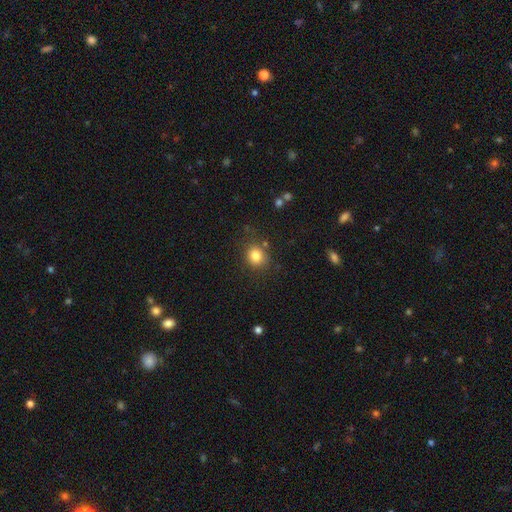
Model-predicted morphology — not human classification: Q: Smooth or featured?
A: smooth (81%); runner-up: star or artifact (12%)
Q: How rounded?
A: round (79%); runner-up: in between (20%)
Q: Merging?
A: none (81%); runner-up: minor disturbance (11%)